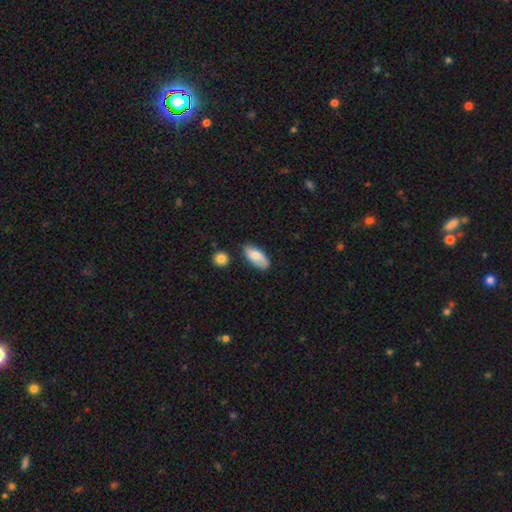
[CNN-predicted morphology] smooth 77%, featured or disk 17%, star or artifact 6%. Down the decision tree: how rounded — in between (89%); merging — none (75%).